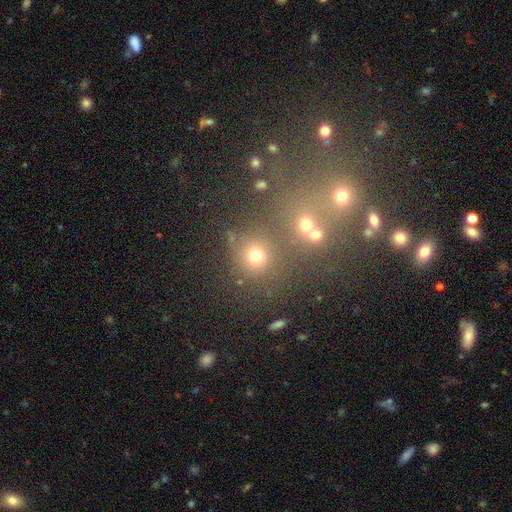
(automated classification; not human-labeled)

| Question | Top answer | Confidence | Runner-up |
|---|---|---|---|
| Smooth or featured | smooth | 69% | star or artifact (22%) |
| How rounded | round | 86% | in between (12%) |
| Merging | none | 67% | merger (19%) |